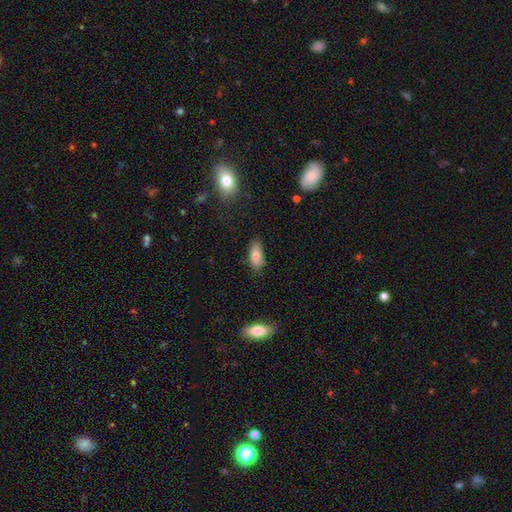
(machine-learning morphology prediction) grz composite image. It shows a smooth galaxy with no disk features (82%) that is in between round and cigar-shaped (82%). Merging: none (75%).